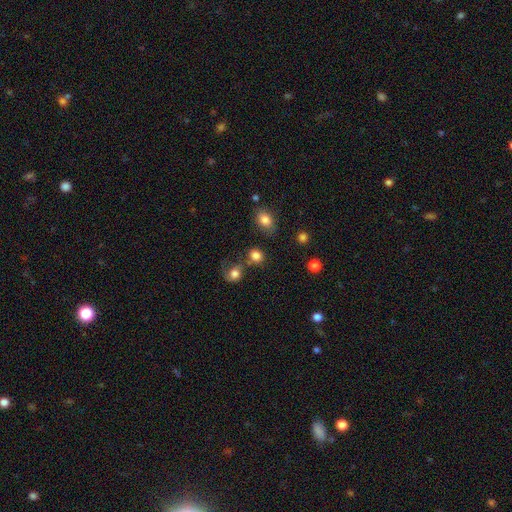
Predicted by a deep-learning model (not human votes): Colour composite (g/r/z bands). It shows a smooth galaxy with no disk features (82%) that is round (67%). Merging: none (59%).